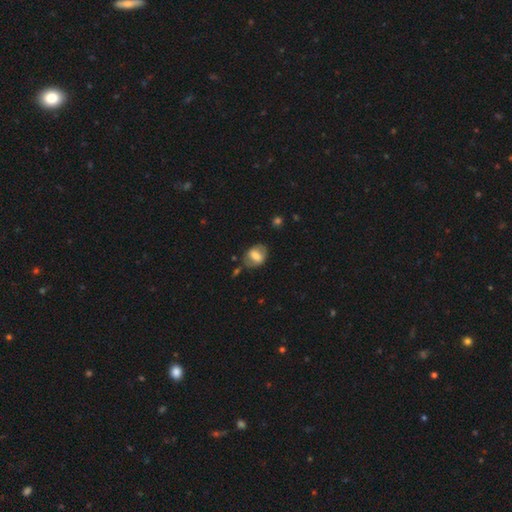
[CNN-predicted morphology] This is possibly a smooth galaxy (58%). How rounded: likely in between (67%). Merging: likely none (68%).